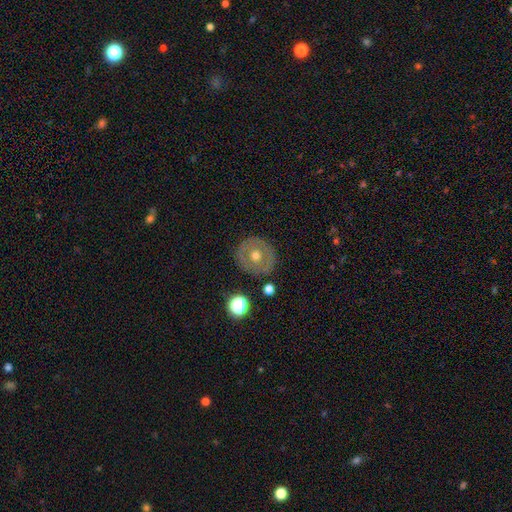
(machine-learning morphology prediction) type=featured or disk (47%); merging=none (86%).